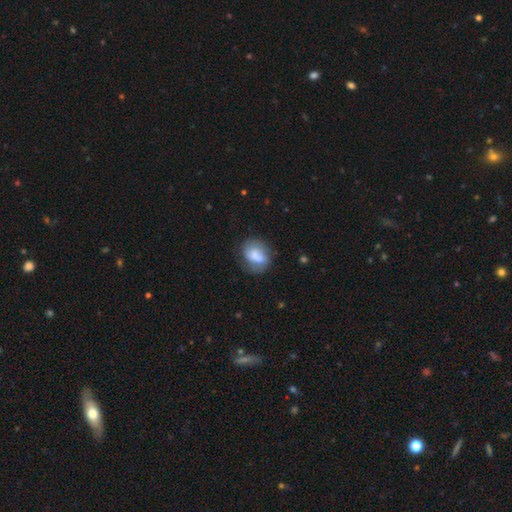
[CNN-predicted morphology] type=smooth (66%); roundness=in between (59%); merging=none (54%).